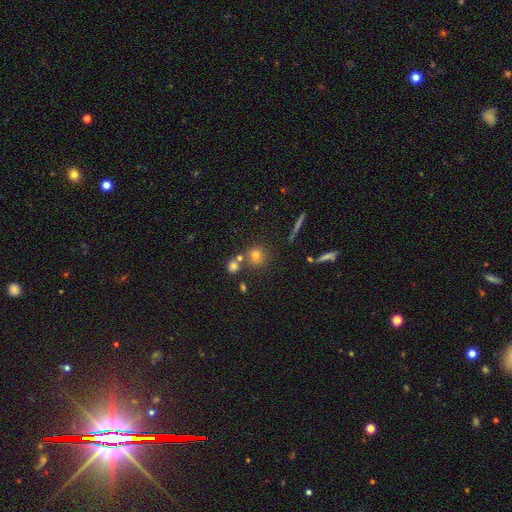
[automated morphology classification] Smooth or featured: smooth — 70% (star or artifact — 17%)
How rounded: round — 88% (in between — 10%)
Merging: none — 66% (merger — 21%)